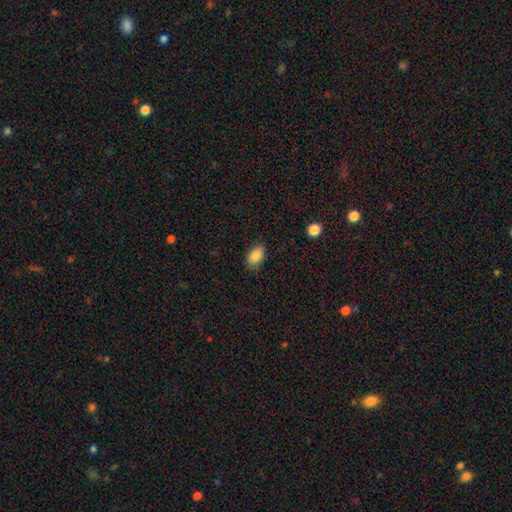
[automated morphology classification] Smooth or featured?
  - smooth: 88% *
  - star or artifact: 8%
  - featured or disk: 4%
How rounded?
  - in between: 88% *
  - round: 10%
  - cigar-shaped: 1%
Merging?
  - none: 82% *
  - minor disturbance: 14%
  - major disturbance: 3%
  - merger: 1%